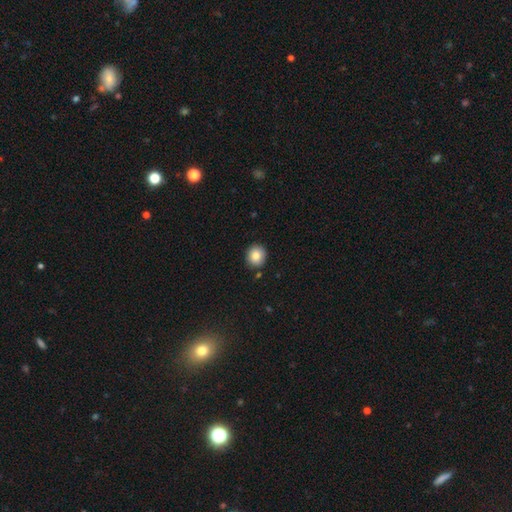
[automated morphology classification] A smooth galaxy with no disk features (84%) that is round (86%).

Vote fractions:
- Smooth or featured? smooth: 84% / star or artifact: 9% / featured or disk: 7%
- How rounded? round: 86% / in between: 13% / cigar-shaped: 1%
- Merging? none: 88% / minor disturbance: 8% / merger: 2% / major disturbance: 2%